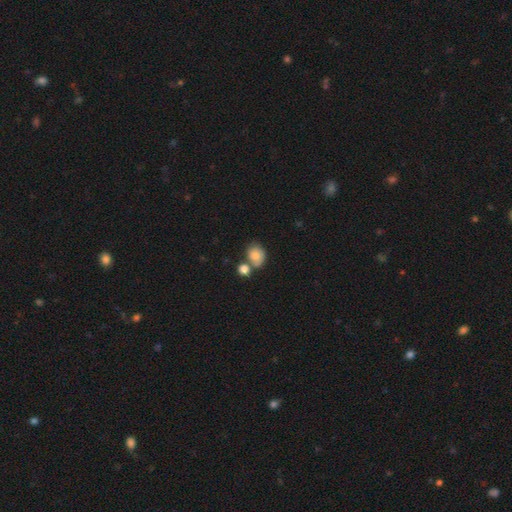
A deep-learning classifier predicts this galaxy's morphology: Smooth or featured: smooth — 79% (featured or disk — 13%)
How rounded: round — 56% (in between — 43%)
Merging: none — 45% (merger — 36%)